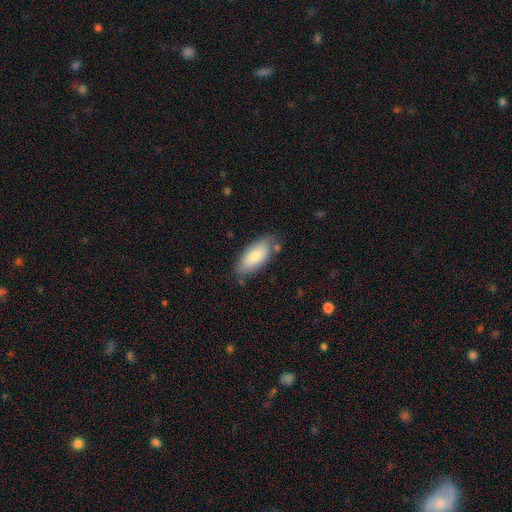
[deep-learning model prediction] This is likely a smooth galaxy (77%). How rounded: clearly in between (87%). Merging: likely none (76%).